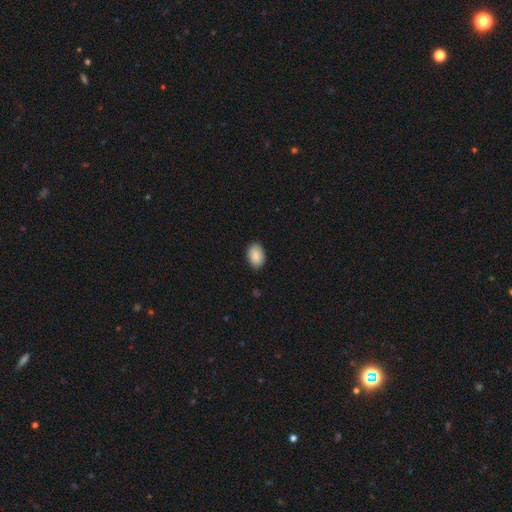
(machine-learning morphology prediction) The model was most divided on "merging": none: 84%, minor disturbance: 13%, major disturbance: 2%, merger: 1%. More confident: smooth or featured — smooth (89%); how rounded — in between (85%).